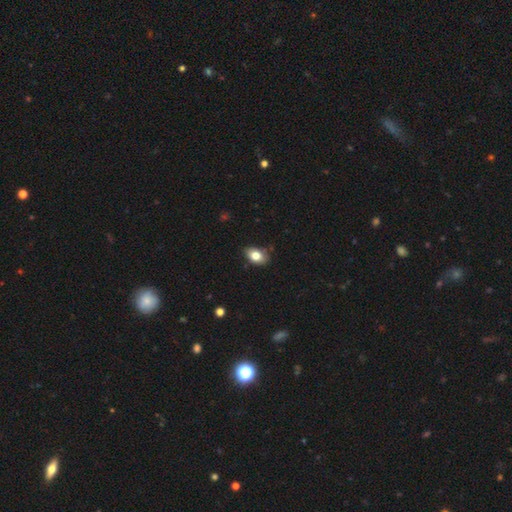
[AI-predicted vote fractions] Smooth or featured?
  - smooth: 80% *
  - featured or disk: 12%
  - star or artifact: 8%
How rounded?
  - in between: 85% *
  - round: 14%
  - cigar-shaped: 1%
Merging?
  - none: 79% *
  - minor disturbance: 16%
  - major disturbance: 3%
  - merger: 2%